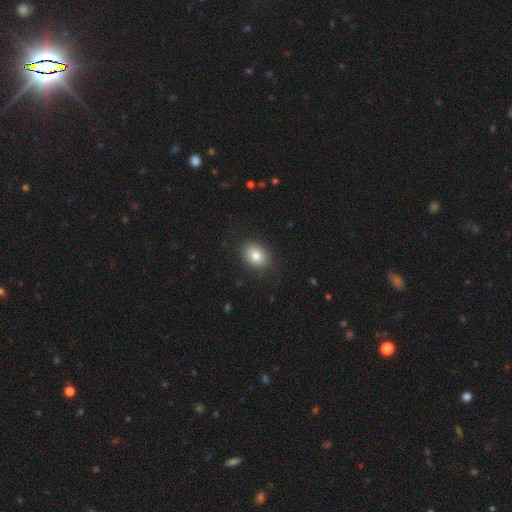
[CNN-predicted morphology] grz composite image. It shows a smooth galaxy with no disk features (82%) that is in between round and cigar-shaped (65%). Merging: none (87%).